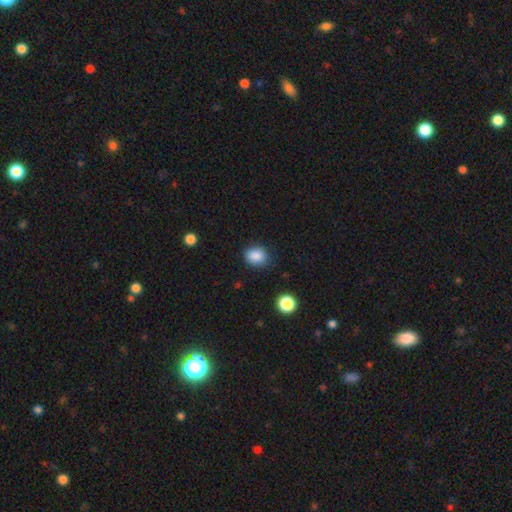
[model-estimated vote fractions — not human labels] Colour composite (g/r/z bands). It shows a smooth galaxy with no disk features (87%) that is round (61%). Merging: none (83%).